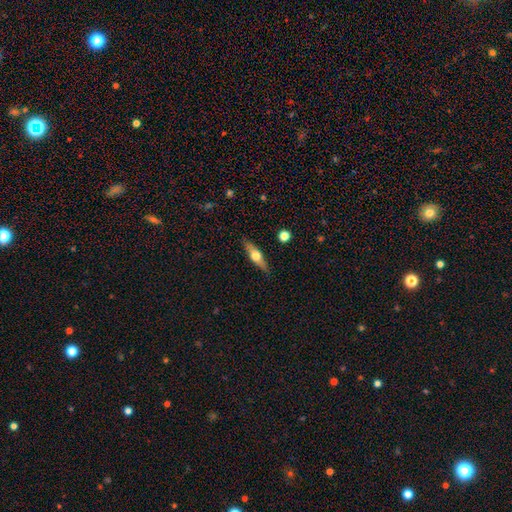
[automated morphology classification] The model was most divided on "smooth or featured": featured or disk: 55%, smooth: 39%, star or artifact: 6%. More confident: edge-on bulge — rounded (95%); edge-on disk — yes (92%); merging — none (89%).